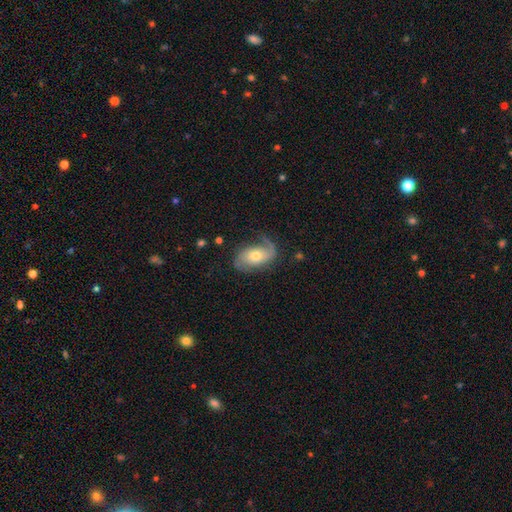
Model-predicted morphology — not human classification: smooth_or_featured: featured or disk (p=0.72) [alt: smooth p=0.21]
disk_edge_on: no (p=0.95) [alt: yes p=0.05]
bar: no (p=0.66) [alt: weak p=0.25]
has_spiral_arms: yes (p=0.91) [alt: no p=0.09]
spiral_winding: loose (p=0.48) [alt: medium p=0.36]
spiral_arm_count: 2 (p=0.67) [alt: 1 p=0.24]
bulge_size: moderate (p=0.58) [alt: small p=0.35]
merging: none (p=0.62) [alt: minor disturbance p=0.21]